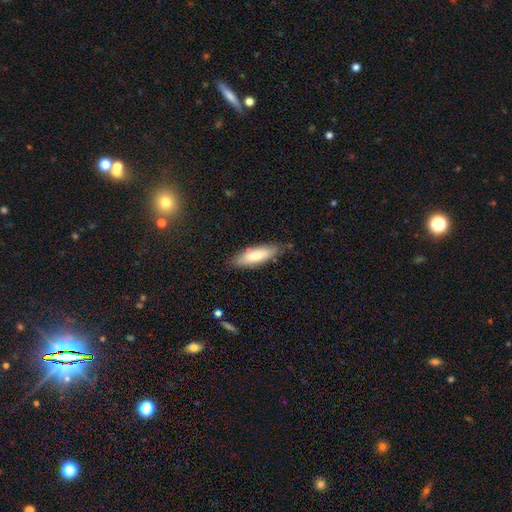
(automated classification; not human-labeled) smooth-or-featured: smooth: 75% | featured or disk: 20% | star or artifact: 6%
  how-rounded: in between: 53% | cigar-shaped: 45% | round: 2%
  merging: none: 79% | minor disturbance: 17% | major disturbance: 3% | merger: 2%